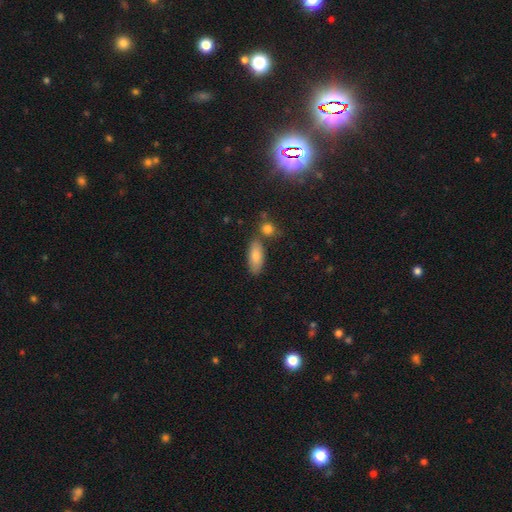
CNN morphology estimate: smooth 67%, star or artifact 18%, featured or disk 14%. Down the decision tree: how rounded — in between (82%); merging — none (75%).